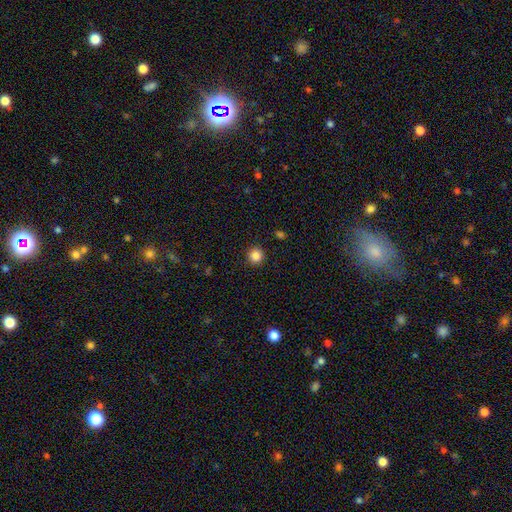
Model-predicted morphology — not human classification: Smooth or featured: smooth — 85% (star or artifact — 11%)
How rounded: round — 95% (in between — 4%)
Merging: none — 92% (minor disturbance — 5%)